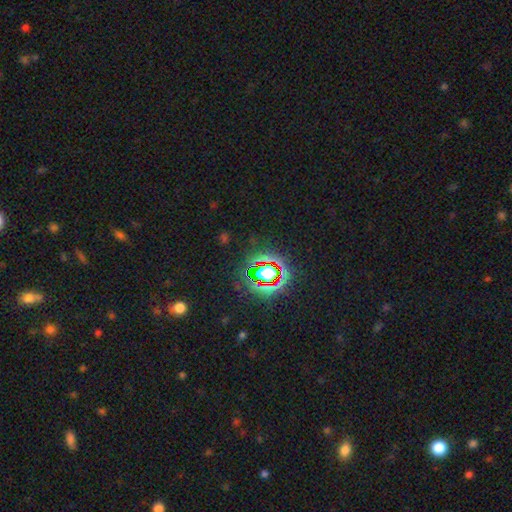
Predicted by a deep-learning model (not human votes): Smooth or featured? Predicted: star or artifact (p=0.80).